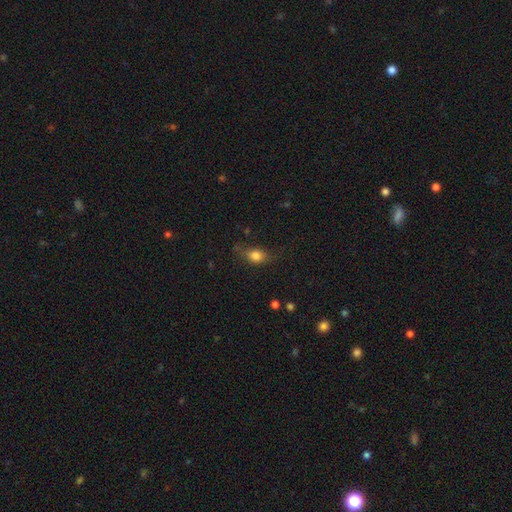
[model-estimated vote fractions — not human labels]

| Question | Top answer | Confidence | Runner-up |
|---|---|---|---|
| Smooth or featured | smooth | 79% | featured or disk (11%) |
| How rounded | in between | 72% | round (21%) |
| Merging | none | 65% | minor disturbance (25%) |